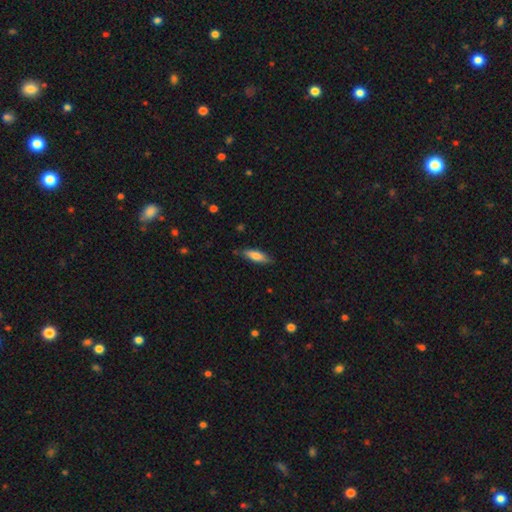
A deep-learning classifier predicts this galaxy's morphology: Smooth or featured?
  - smooth: 76% *
  - featured or disk: 18%
  - star or artifact: 6%
How rounded?
  - cigar-shaped: 50% *
  - in between: 49%
  - round: 2%
Merging?
  - none: 80% *
  - minor disturbance: 16%
  - major disturbance: 3%
  - merger: 1%